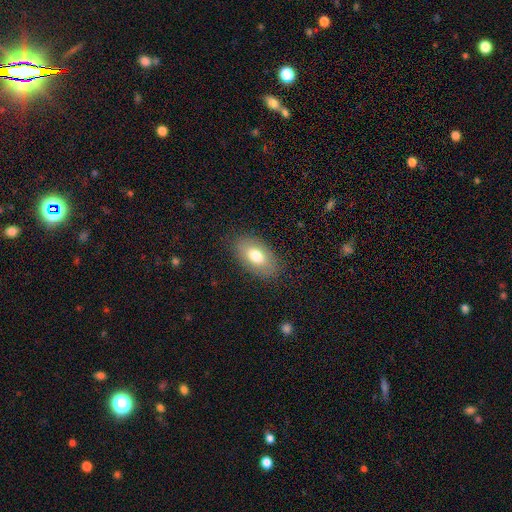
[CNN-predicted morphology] A smooth galaxy with no disk features (74%) that is in between round and cigar-shaped (92%). Merging: none (85%).